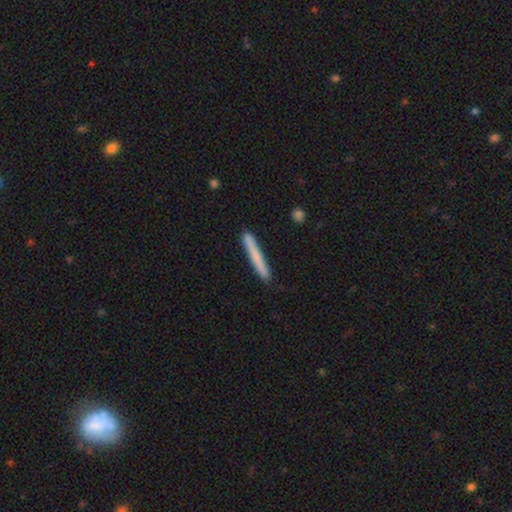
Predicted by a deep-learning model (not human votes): Morphology: type=smooth (72%); roundness=cigar-shaped (97%); merging=none (89%).